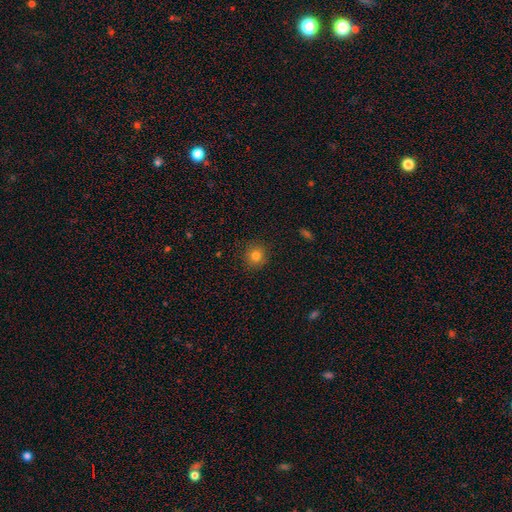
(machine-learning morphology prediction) Smooth or featured? smooth (80%)
How rounded? round (89%)
Merging? none (90%)